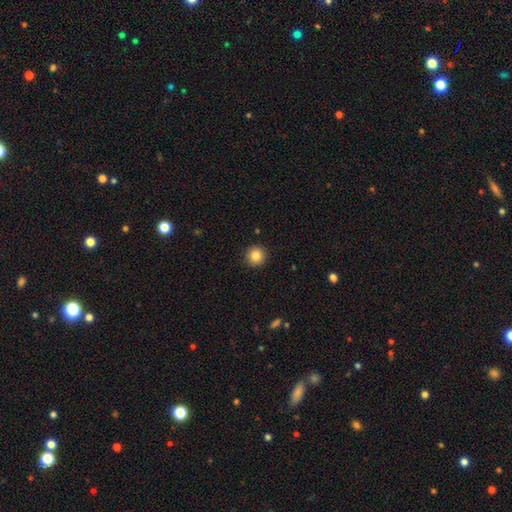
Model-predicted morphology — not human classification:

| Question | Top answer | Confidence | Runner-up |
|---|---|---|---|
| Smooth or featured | smooth | 83% | star or artifact (10%) |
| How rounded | round | 96% | in between (3%) |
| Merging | none | 92% | minor disturbance (5%) |